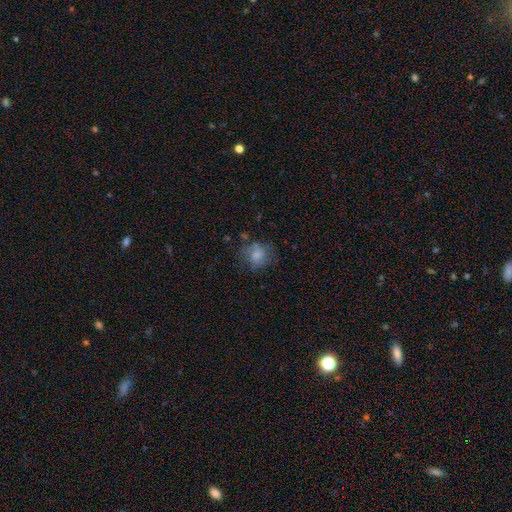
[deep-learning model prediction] smooth 61%, star or artifact 20%, featured or disk 19%. Down the decision tree: how rounded — round (77%); merging — none (71%).